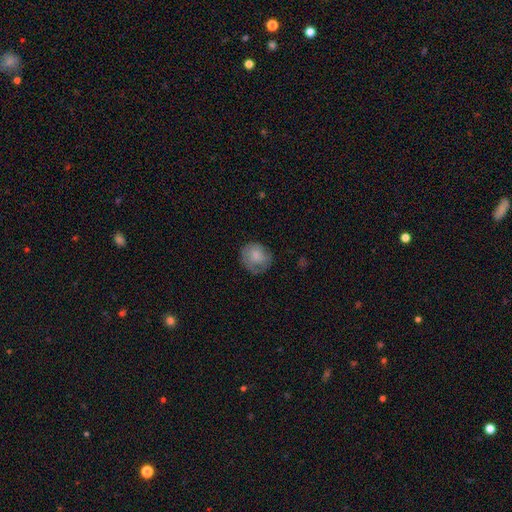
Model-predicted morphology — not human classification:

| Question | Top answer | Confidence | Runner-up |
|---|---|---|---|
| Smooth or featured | smooth | 72% | featured or disk (21%) |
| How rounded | round | 81% | in between (18%) |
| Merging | none | 65% | minor disturbance (24%) |